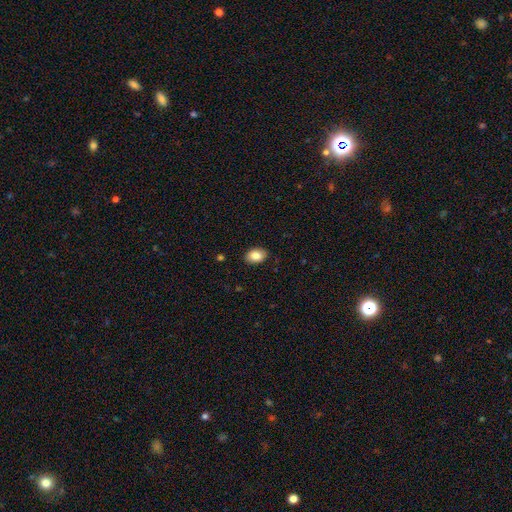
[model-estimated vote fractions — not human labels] Smooth or featured? Predicted: smooth (p=0.84). How rounded? Predicted: in between (p=0.80). Merging? Predicted: none (p=0.89).